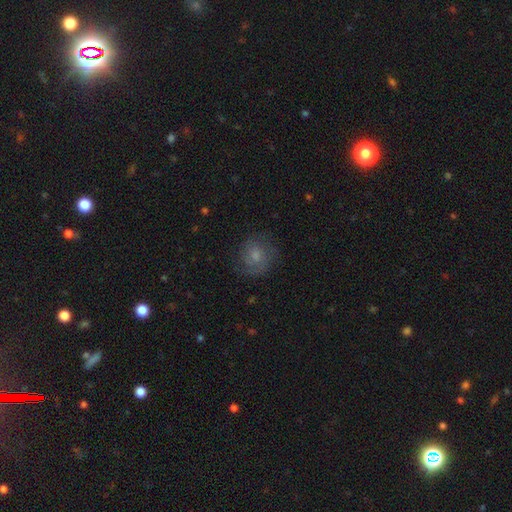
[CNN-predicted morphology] type=smooth (61%); roundness=round (79%); merging=none (69%).